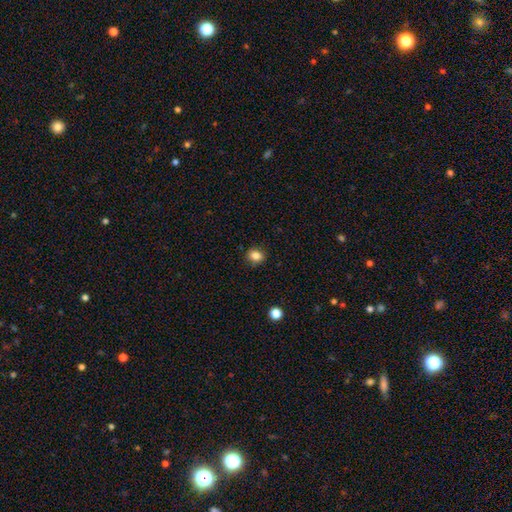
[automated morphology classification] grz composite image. It shows a smooth galaxy with no disk features (83%) that is round (60%). Merging: none (87%).